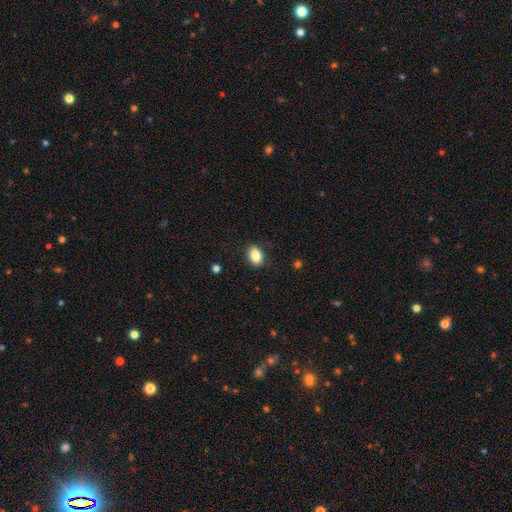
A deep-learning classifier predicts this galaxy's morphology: The model was most divided on "how rounded": in between: 82%, round: 17%, cigar-shaped: 2%. More confident: merging — none (87%); smooth or featured — smooth (85%).